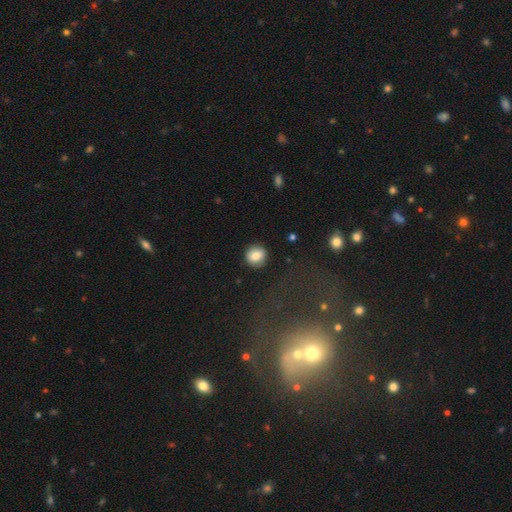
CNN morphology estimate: A smooth galaxy with no disk features (81%) that is round (87%).

Vote fractions:
- Smooth or featured? smooth: 81% / featured or disk: 10% / star or artifact: 9%
- How rounded? round: 87% / in between: 12% / cigar-shaped: 1%
- Merging? none: 89% / minor disturbance: 7% / major disturbance: 2% / merger: 1%